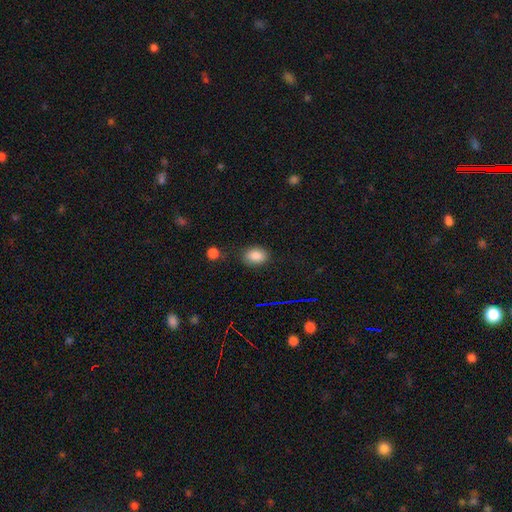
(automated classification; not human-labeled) smooth-or-featured: smooth: 85% | star or artifact: 9% | featured or disk: 6%
  how-rounded: in between: 75% | round: 24% | cigar-shaped: 1%
  merging: none: 79% | minor disturbance: 14% | major disturbance: 4% | merger: 3%